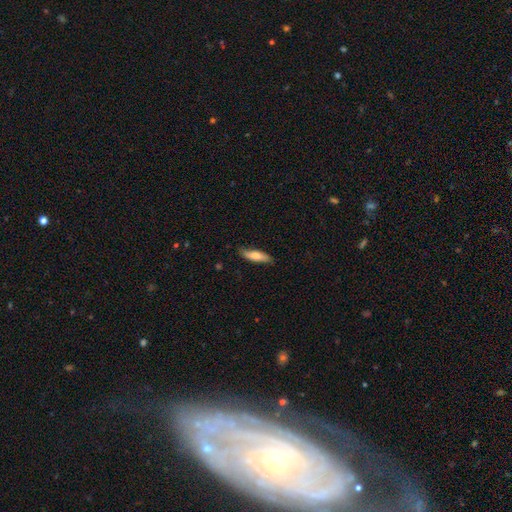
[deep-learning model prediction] The model was most divided on "how rounded": cigar-shaped: 62%, in between: 36%, round: 2%. More confident: merging — none (78%); smooth or featured — smooth (74%).